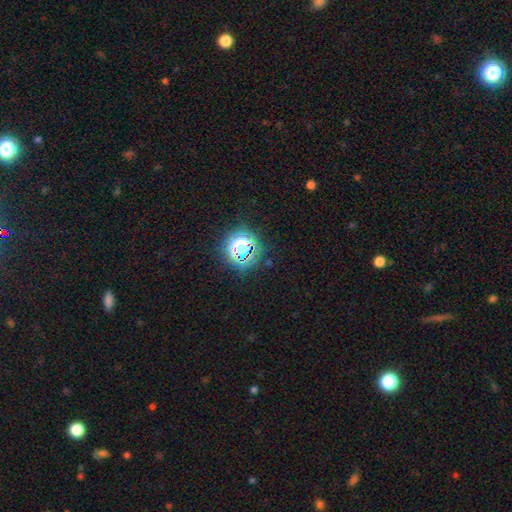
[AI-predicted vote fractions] This appears to be a star or artifact, not a galaxy (79%).